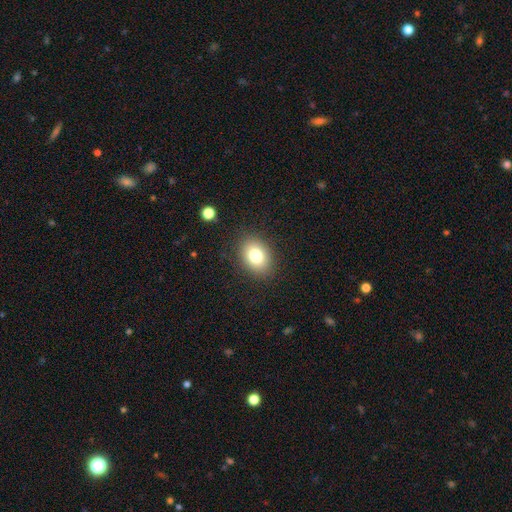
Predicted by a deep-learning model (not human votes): Smooth or featured? Predicted: smooth (p=0.80). How rounded? Predicted: in between (p=0.67). Merging? Predicted: none (p=0.86).